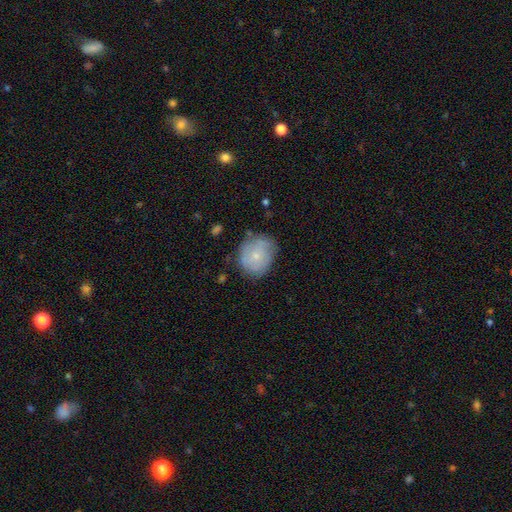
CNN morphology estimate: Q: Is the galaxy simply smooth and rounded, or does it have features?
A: smooth — 56%.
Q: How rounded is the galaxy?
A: round — 75%.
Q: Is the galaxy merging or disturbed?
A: none — 65%.